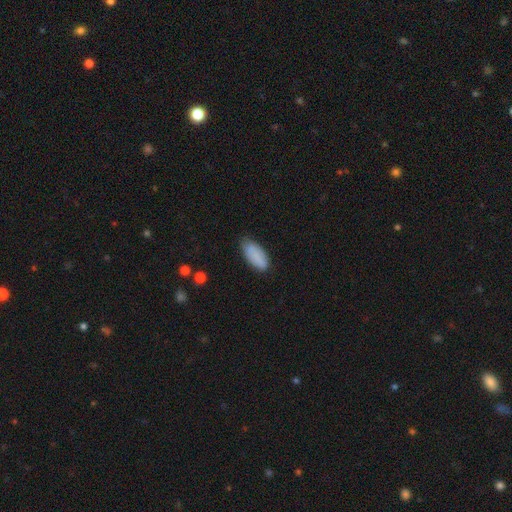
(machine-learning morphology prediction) Smooth or featured?
  - smooth: 86% *
  - featured or disk: 8%
  - star or artifact: 6%
How rounded?
  - in between: 90% *
  - cigar-shaped: 8%
  - round: 2%
Merging?
  - none: 72% *
  - minor disturbance: 23%
  - major disturbance: 4%
  - merger: 1%